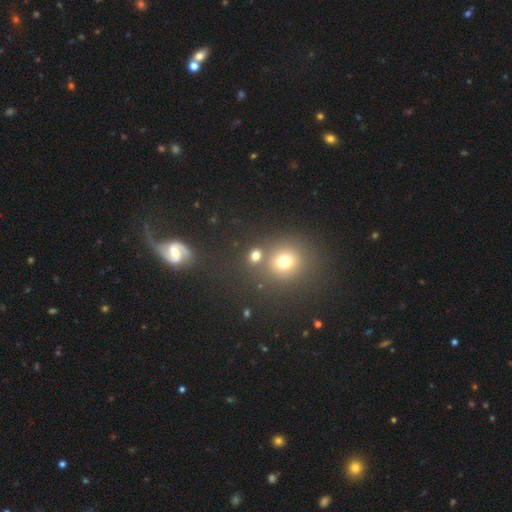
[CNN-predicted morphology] This is likely a smooth galaxy (71%). How rounded: likely round (77%). Merging: likely none (68%).